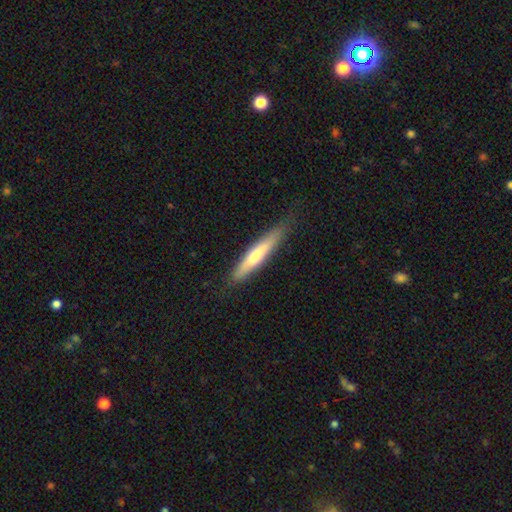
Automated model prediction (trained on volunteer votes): smooth-or-featured: smooth: 55% | featured or disk: 39% | star or artifact: 6%
  how-rounded: cigar-shaped: 91% | in between: 8% | round: 1%
  merging: none: 80% | minor disturbance: 16% | major disturbance: 3% | merger: 1%